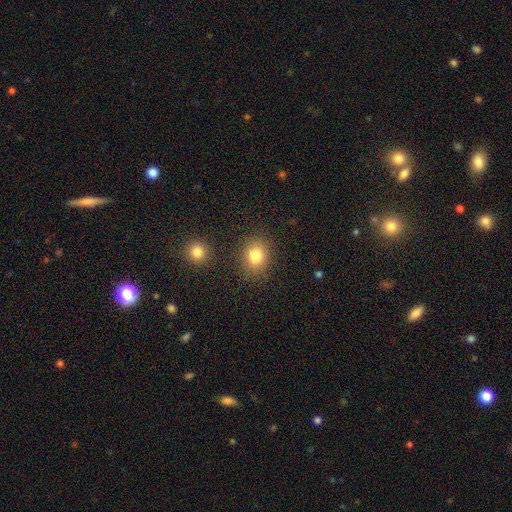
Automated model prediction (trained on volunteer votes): This appears to be a smooth galaxy with no disk features (82%) that is round (56%). Merging: none (82%).